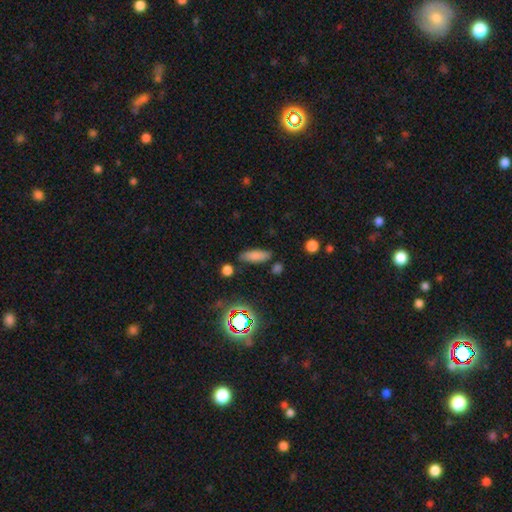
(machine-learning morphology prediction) smooth-or-featured: smooth: 79% | star or artifact: 12% | featured or disk: 9%
  how-rounded: in between: 60% | cigar-shaped: 36% | round: 3%
  merging: none: 77% | minor disturbance: 14% | merger: 5% | major disturbance: 4%